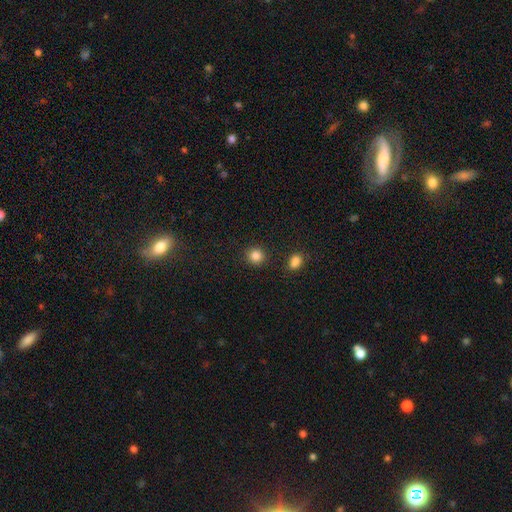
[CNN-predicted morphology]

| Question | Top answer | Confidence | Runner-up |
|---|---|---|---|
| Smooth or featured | smooth | 84% | star or artifact (11%) |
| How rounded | round | 90% | in between (9%) |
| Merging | none | 88% | minor disturbance (6%) |